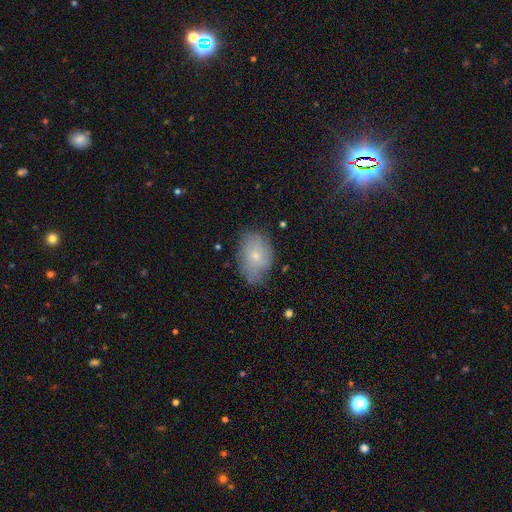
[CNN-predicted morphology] Smooth or featured? Predicted: smooth (p=0.60). How rounded? Predicted: in between (p=0.84). Merging? Predicted: none (p=0.63).